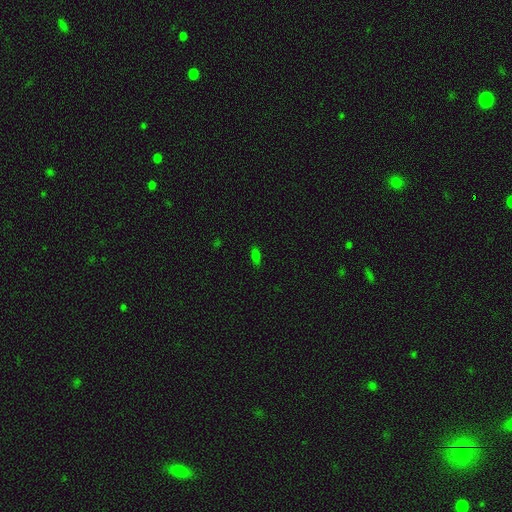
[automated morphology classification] smooth_or_featured: smooth (p=0.74) [alt: star or artifact p=0.19]
how_rounded: in between (p=0.73) [alt: cigar-shaped p=0.22]
merging: none (p=0.85) [alt: minor disturbance p=0.11]